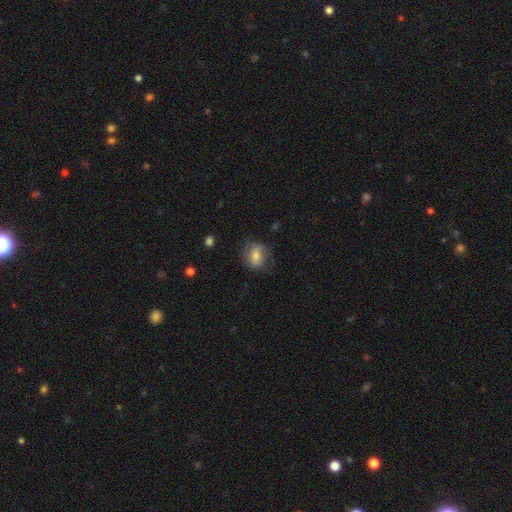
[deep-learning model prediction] The model was most divided on "how rounded": in between: 55%, round: 43%, cigar-shaped: 2%. More confident: smooth or featured — smooth (68%); merging — none (68%).